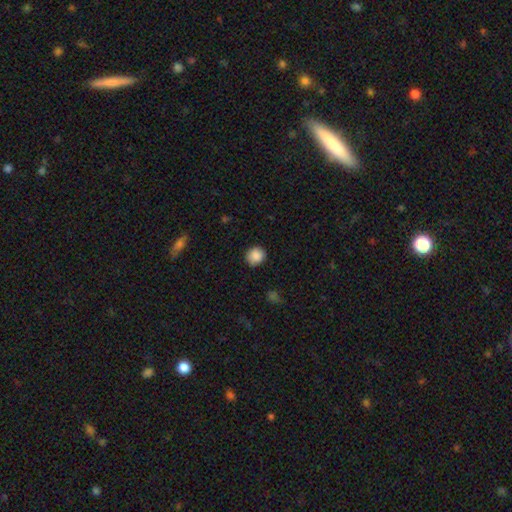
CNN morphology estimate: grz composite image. It shows a smooth galaxy with no disk features (88%) that is round (84%). Merging: none (84%).